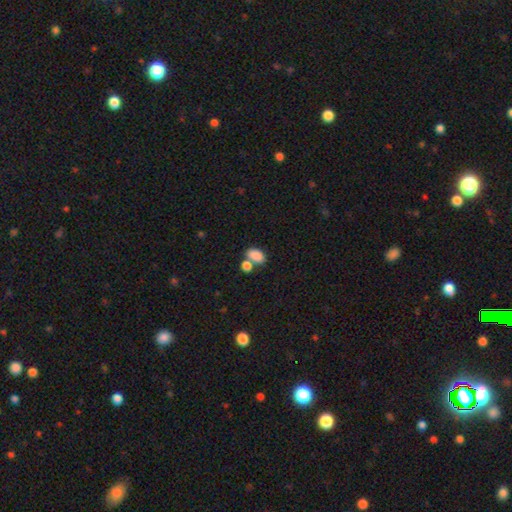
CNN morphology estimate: type=smooth (85%); roundness=in between (89%); merging=none (44%).